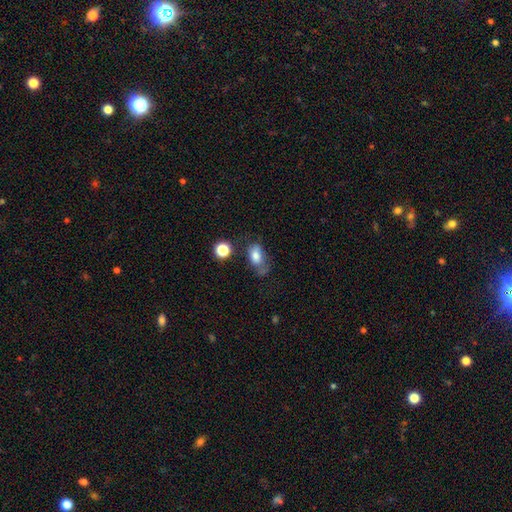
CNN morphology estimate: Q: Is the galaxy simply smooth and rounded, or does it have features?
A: smooth — 74%.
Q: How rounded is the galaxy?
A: in between — 85%.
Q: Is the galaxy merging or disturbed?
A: none — 38%.